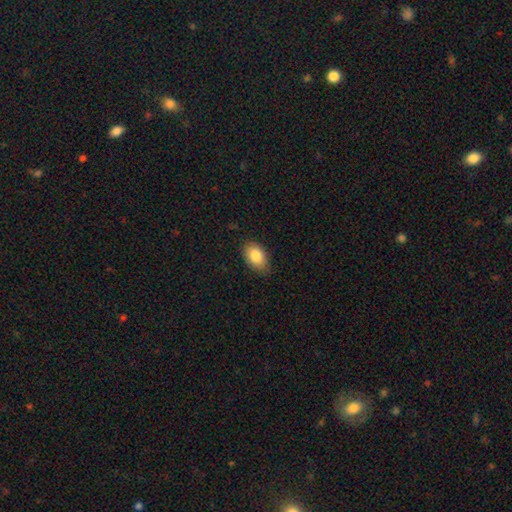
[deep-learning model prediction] Smooth or featured?
  - smooth: 84% *
  - featured or disk: 9%
  - star or artifact: 7%
How rounded?
  - in between: 90% *
  - round: 8%
  - cigar-shaped: 1%
Merging?
  - none: 82% *
  - minor disturbance: 14%
  - major disturbance: 2%
  - merger: 1%